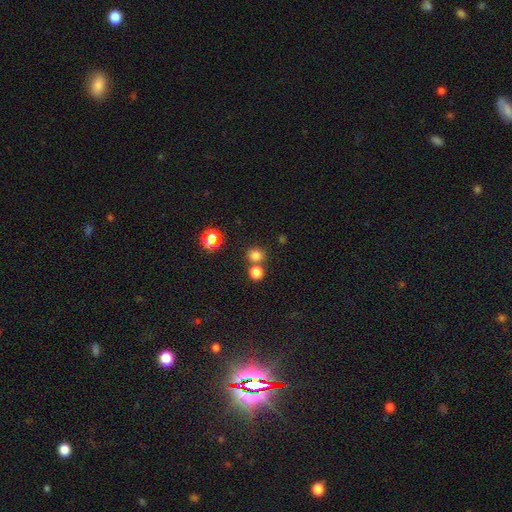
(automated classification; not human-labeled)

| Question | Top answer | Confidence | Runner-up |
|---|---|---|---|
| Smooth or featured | smooth | 75% | star or artifact (20%) |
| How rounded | round | 86% | in between (13%) |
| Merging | none | 68% | merger (22%) |